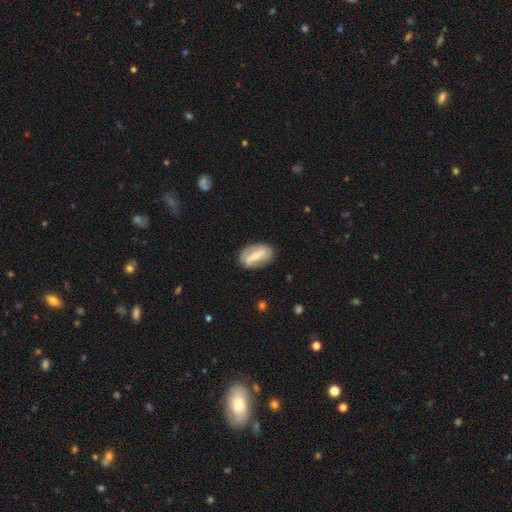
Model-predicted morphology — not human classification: Smooth or featured? smooth (51%)
How rounded? in between (81%)
Merging? none (74%)